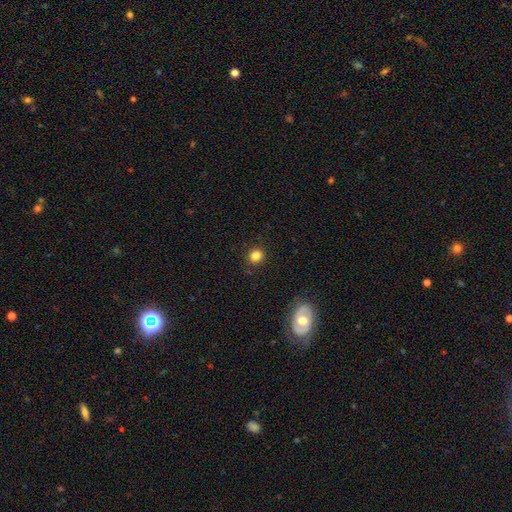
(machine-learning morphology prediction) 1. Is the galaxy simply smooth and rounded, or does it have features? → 83% smooth, 12% star or artifact, 5% featured or disk.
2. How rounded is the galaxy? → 87% round, 12% in between, 1% cigar-shaped.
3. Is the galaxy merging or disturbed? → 90% none, 6% minor disturbance, 2% major disturbance, 1% merger.